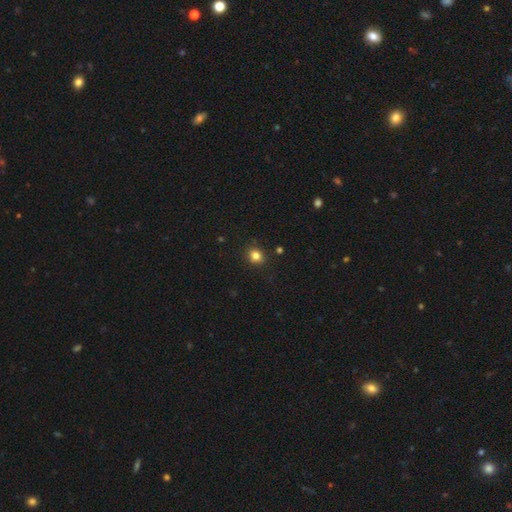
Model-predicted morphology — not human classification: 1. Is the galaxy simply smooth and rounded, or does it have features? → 82% smooth, 13% star or artifact, 5% featured or disk.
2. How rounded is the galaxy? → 78% round, 21% in between, 1% cigar-shaped.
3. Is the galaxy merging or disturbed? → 88% none, 8% minor disturbance, 2% major disturbance, 1% merger.